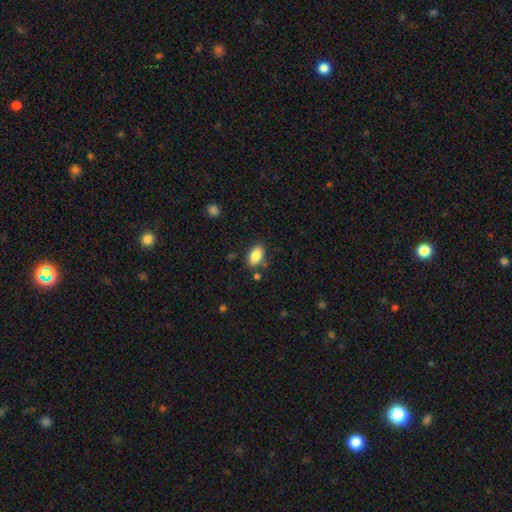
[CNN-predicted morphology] smooth-or-featured: smooth: 85% | star or artifact: 8% | featured or disk: 7%
  how-rounded: in between: 90% | round: 8% | cigar-shaped: 2%
  merging: none: 80% | minor disturbance: 12% | merger: 5% | major disturbance: 3%